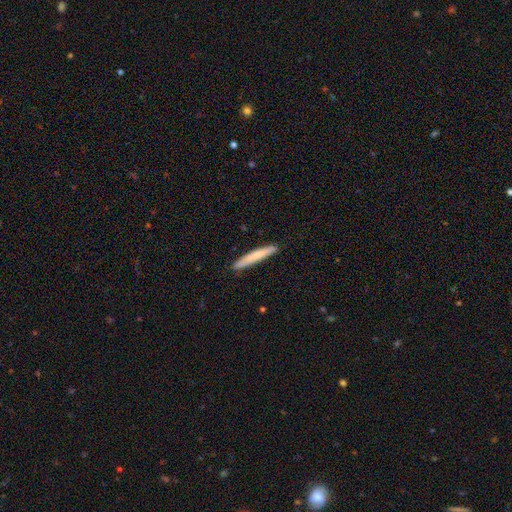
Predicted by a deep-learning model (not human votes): Smooth or featured? Predicted: smooth (p=0.71). How rounded? Predicted: cigar-shaped (p=0.96). Merging? Predicted: none (p=0.88).